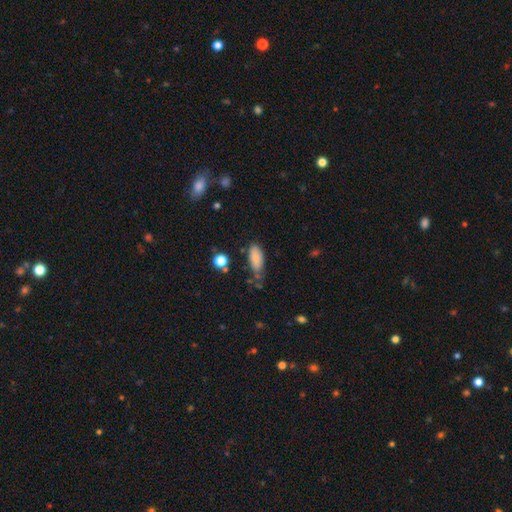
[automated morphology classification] Overall: smooth (81%). How rounded: in between (85%). Merging: none (58%; minor disturbance 28%).